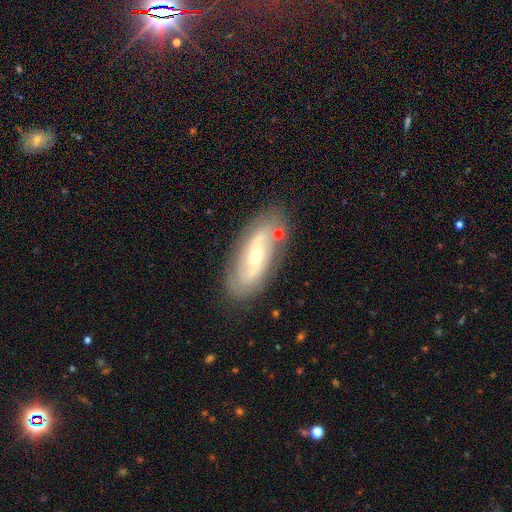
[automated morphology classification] A featured or disk galaxy (69%) with no bar (45%), spiral arms (77%) and a moderate central bulge (51%).

Vote fractions:
- Smooth or featured? featured or disk: 69% / smooth: 21% / star or artifact: 10%
- Edge-on disk? no: 86% / yes: 14%
- Bar? no: 45% / weak: 38% / strong: 17%
- Spiral arms? yes: 77% / no: 23%
- Bulge size? moderate: 51% / small: 45% / large: 2% / none: 1% / dominant: 1%
- Merging? none: 81% / minor disturbance: 12% / major disturbance: 3% / merger: 3%